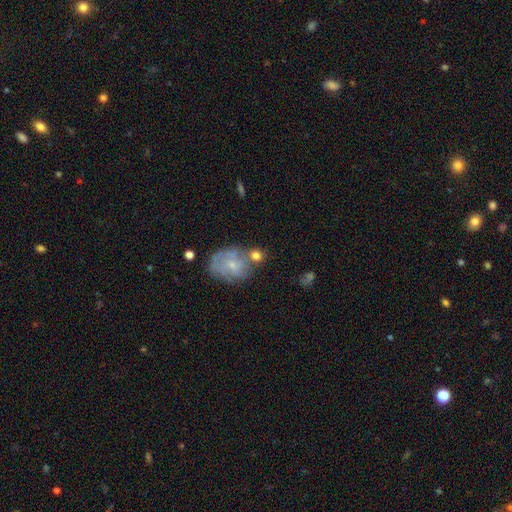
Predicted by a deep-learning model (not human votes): smooth-or-featured: smooth: 57% | featured or disk: 33% | star or artifact: 11%
  how-rounded: round: 69% | in between: 30% | cigar-shaped: 1%
  merging: none: 48% | merger: 25% | minor disturbance: 17% | major disturbance: 10%